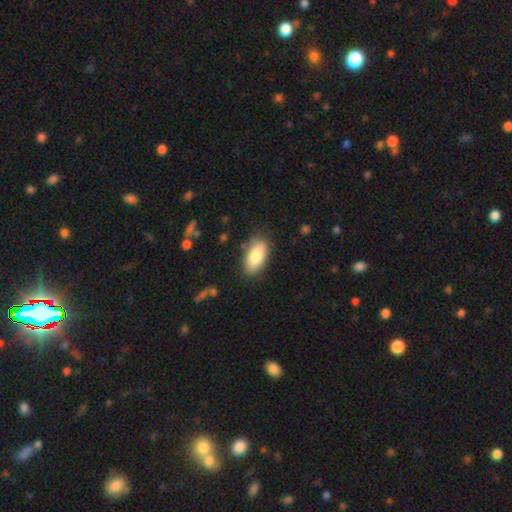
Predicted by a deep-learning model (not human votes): The model was most divided on "merging": none: 81%, minor disturbance: 14%, major disturbance: 3%, merger: 2%. More confident: how rounded — in between (91%); smooth or featured — smooth (83%).